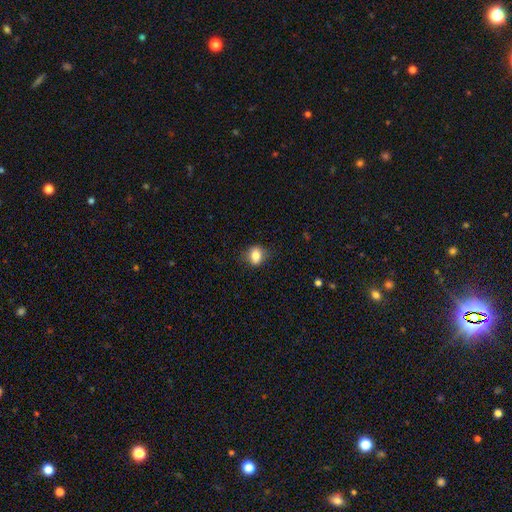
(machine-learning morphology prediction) Overall: smooth (79%). How rounded: in between (53%; round 45%). Merging: none (80%).